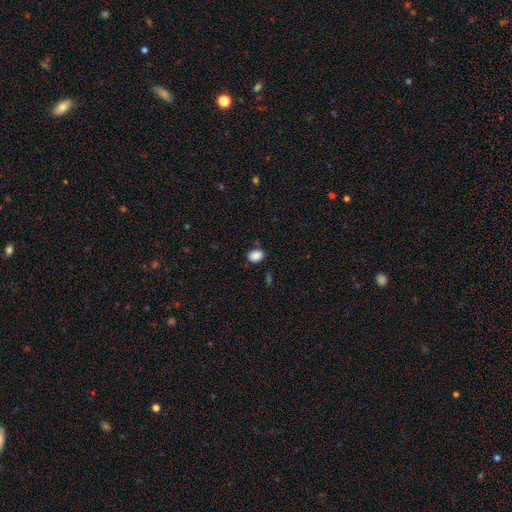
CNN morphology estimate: A smooth galaxy with no disk features (87%) that is in between round and cigar-shaped (60%).

Vote fractions:
- Smooth or featured? smooth: 87% / star or artifact: 9% / featured or disk: 4%
- How rounded? in between: 60% / round: 39% / cigar-shaped: 1%
- Merging? none: 79% / minor disturbance: 14% / major disturbance: 3% / merger: 3%